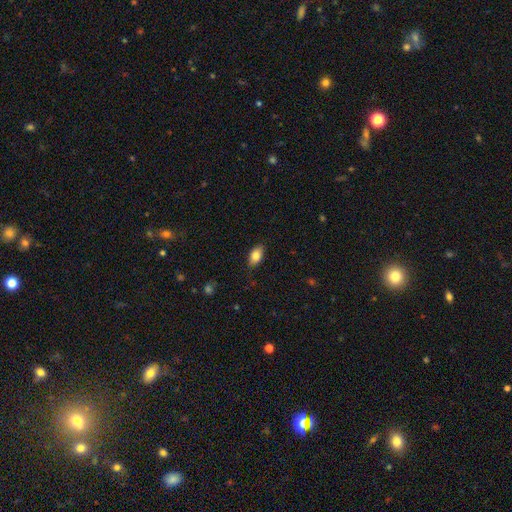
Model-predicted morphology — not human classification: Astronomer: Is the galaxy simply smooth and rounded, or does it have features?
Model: smooth — 82%.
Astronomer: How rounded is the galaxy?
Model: in between — 90%.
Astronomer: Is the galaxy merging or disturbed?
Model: none — 82%.